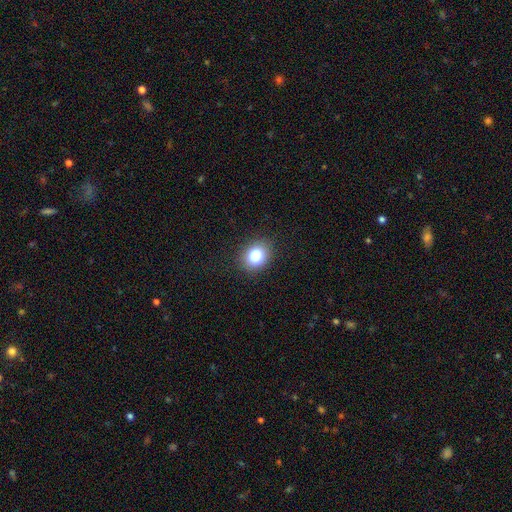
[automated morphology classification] Smooth or featured: smooth — 84% (star or artifact — 10%)
How rounded: round — 52% (in between — 47%)
Merging: none — 87% (minor disturbance — 9%)